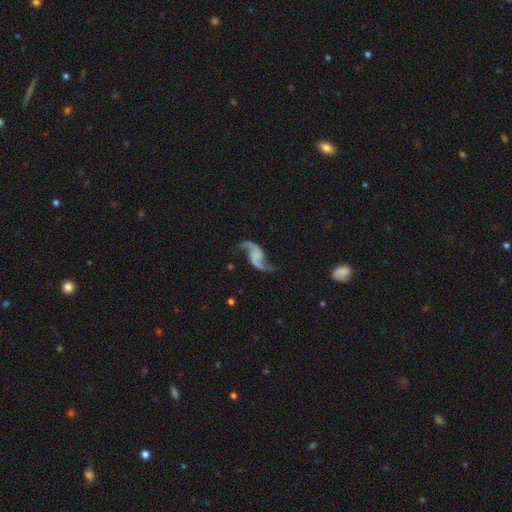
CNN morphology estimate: smooth_or_featured: featured or disk (p=0.90) [alt: smooth p=0.05]
disk_edge_on: no (p=0.98) [alt: yes p=0.02]
bar: no (p=0.57) [alt: weak p=0.31]
has_spiral_arms: yes (p=0.97) [alt: no p=0.03]
spiral_winding: loose (p=0.85) [alt: medium p=0.12]
spiral_arm_count: 2 (p=0.94) [alt: 1 p=0.02]
bulge_size: none (p=0.70) [alt: small p=0.17]
merging: none (p=0.75) [alt: minor disturbance p=0.14]